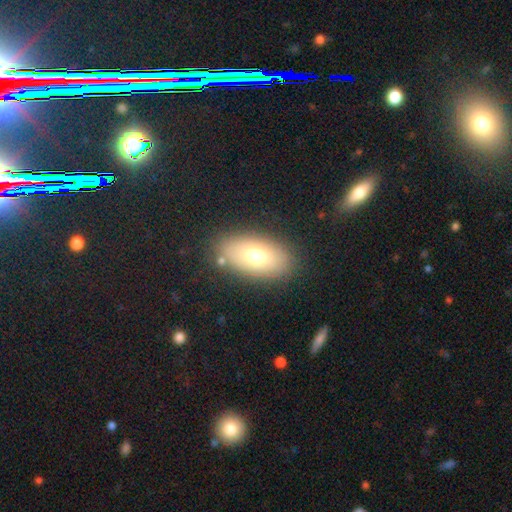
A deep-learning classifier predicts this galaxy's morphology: This appears to be a smooth galaxy with no disk features (72%) that is in between round and cigar-shaped (91%). Merging: none (83%).